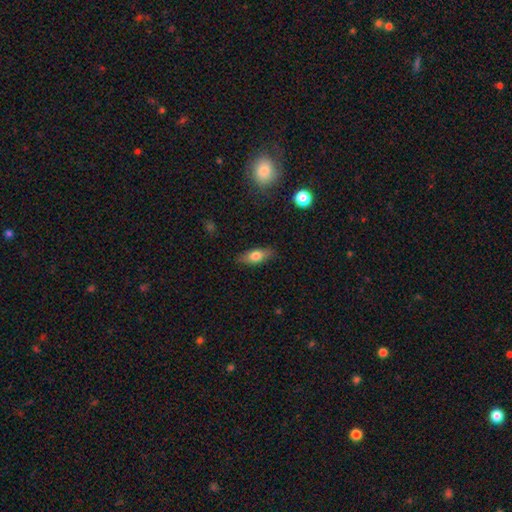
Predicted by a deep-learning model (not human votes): Smooth or featured? smooth (69%)
How rounded? in between (72%)
Merging? none (84%)